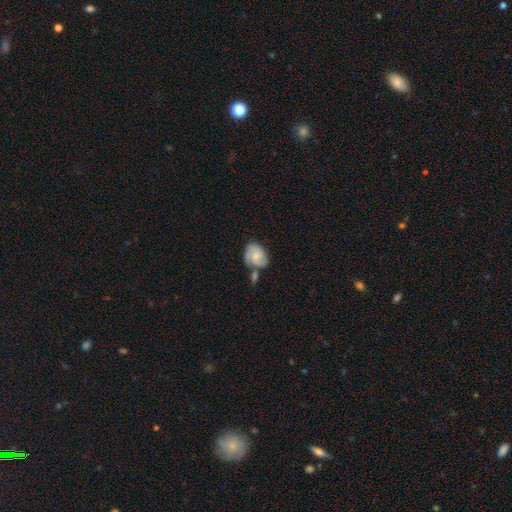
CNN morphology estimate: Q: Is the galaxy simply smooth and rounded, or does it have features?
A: featured or disk — 65%.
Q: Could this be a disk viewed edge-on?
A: no — 98%.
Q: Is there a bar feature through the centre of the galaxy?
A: no — 64%.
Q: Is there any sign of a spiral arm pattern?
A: yes — 93%.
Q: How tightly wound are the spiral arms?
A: tight — 47%.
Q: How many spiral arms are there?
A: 2 — 61%.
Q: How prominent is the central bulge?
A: small — 48%.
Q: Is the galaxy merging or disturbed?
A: none — 45%.